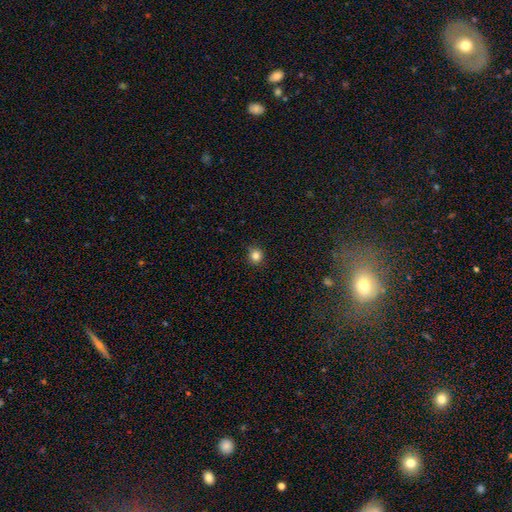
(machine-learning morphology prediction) This appears to be a smooth galaxy with no disk features (83%) that is round (89%). Merging: none (88%).